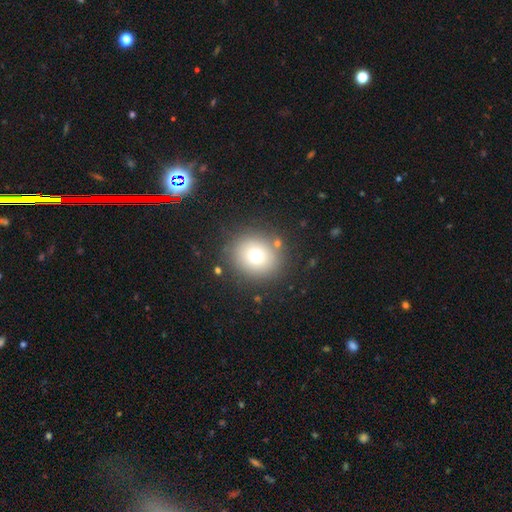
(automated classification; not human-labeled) This appears to be a smooth galaxy with no disk features (71%) that is round (86%). Merging: none (84%).